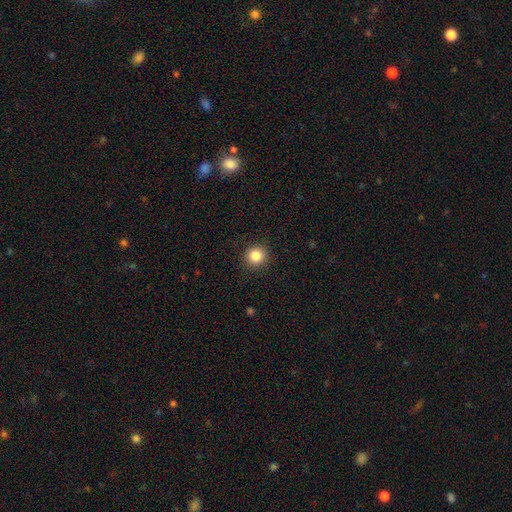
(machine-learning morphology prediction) Overall: smooth (85%). How rounded: round (93%). Merging: none (91%).